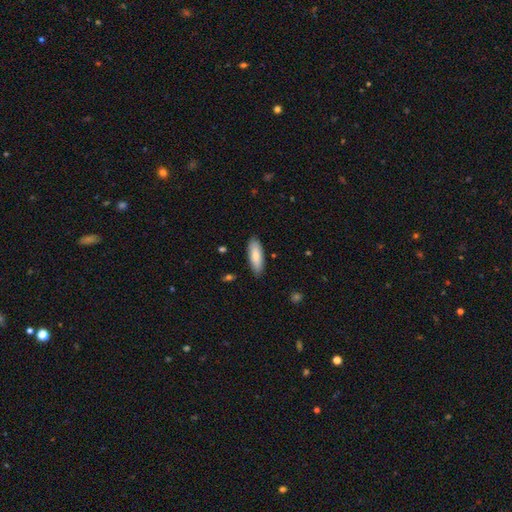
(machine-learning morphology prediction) type=smooth (81%); roundness=in between (65%); merging=none (86%).